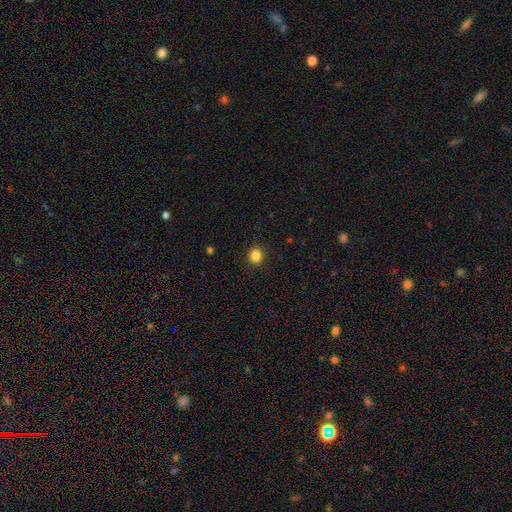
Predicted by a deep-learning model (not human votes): Overall: smooth (86%). How rounded: round (74%). Merging: none (91%).